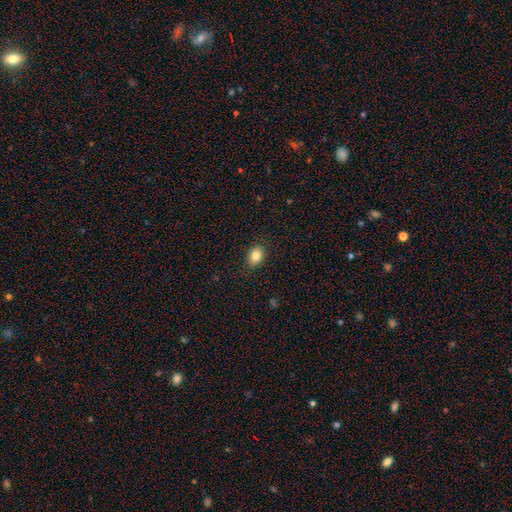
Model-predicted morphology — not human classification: This is clearly a smooth galaxy (84%). How rounded: likely in between (74%). Merging: clearly none (87%).